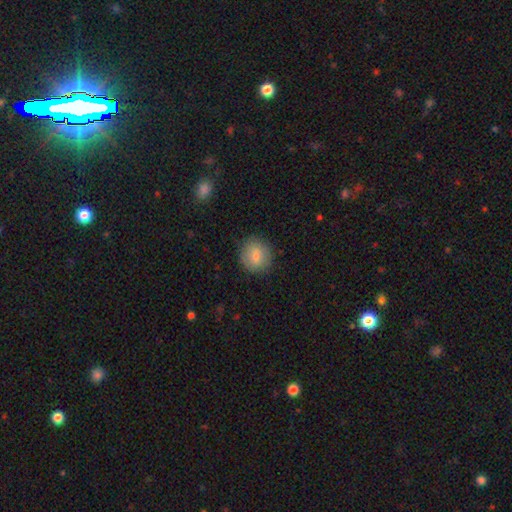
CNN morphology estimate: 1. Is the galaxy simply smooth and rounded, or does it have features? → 80% smooth, 12% featured or disk, 8% star or artifact.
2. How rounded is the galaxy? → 83% round, 16% in between, 1% cigar-shaped.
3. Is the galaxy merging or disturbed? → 87% none, 9% minor disturbance, 3% major disturbance, 1% merger.